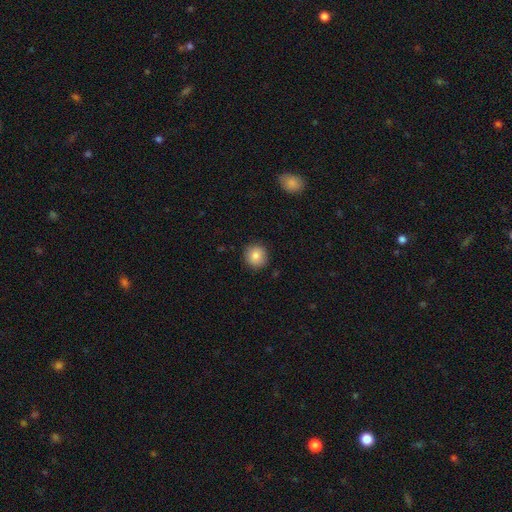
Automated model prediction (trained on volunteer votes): This is clearly a smooth galaxy (84%). How rounded: clearly round (92%). Merging: clearly none (89%).